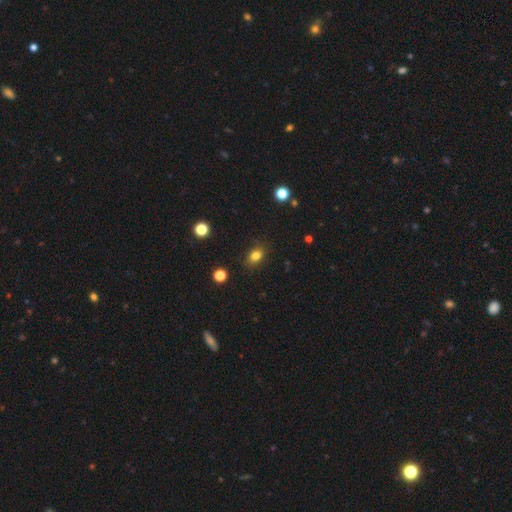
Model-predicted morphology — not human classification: Smooth or featured: smooth — 82% (star or artifact — 12%)
How rounded: in between — 69% (round — 30%)
Merging: none — 83% (minor disturbance — 13%)